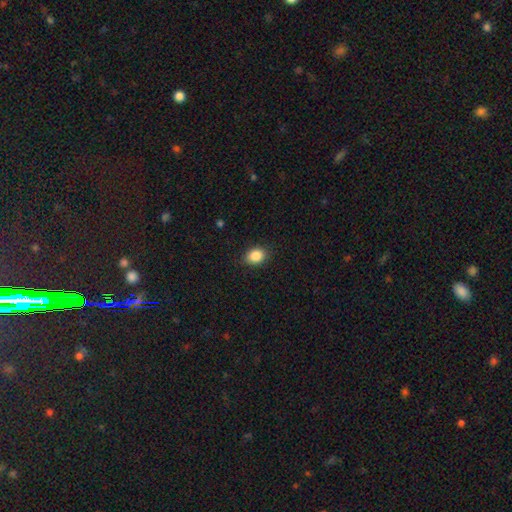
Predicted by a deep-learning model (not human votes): A smooth galaxy with no disk features (87%) that is in between round and cigar-shaped (61%). Merging: none (86%).